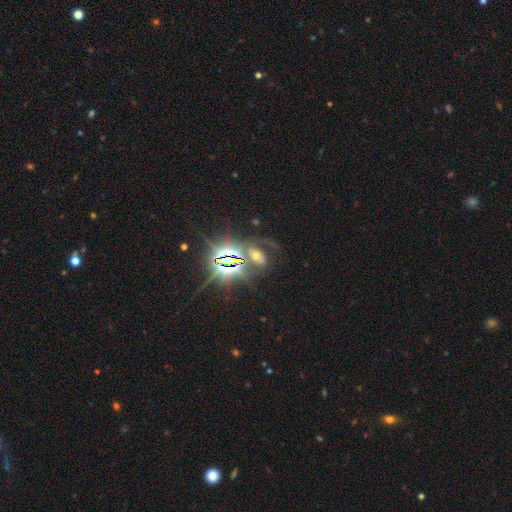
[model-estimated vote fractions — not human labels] Smooth or featured? Predicted: star or artifact (p=0.82).